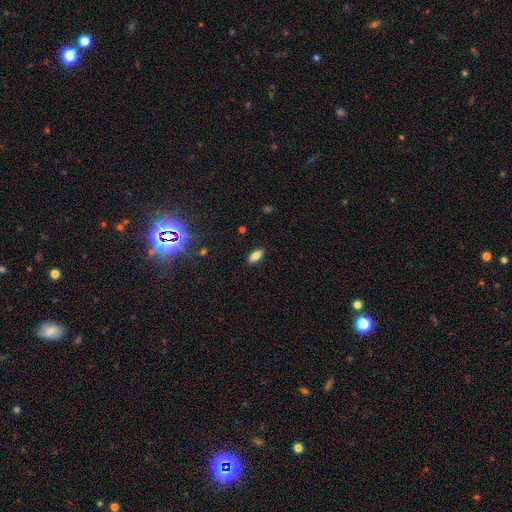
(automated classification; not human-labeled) Smooth or featured?
  - smooth: 81% *
  - featured or disk: 10%
  - star or artifact: 10%
How rounded?
  - in between: 87% *
  - cigar-shaped: 11%
  - round: 3%
Merging?
  - none: 88% *
  - minor disturbance: 9%
  - major disturbance: 2%
  - merger: 1%